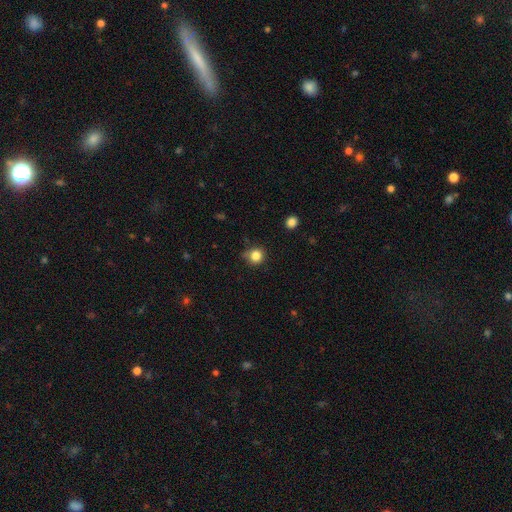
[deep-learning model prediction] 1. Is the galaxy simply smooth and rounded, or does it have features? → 84% smooth, 11% star or artifact, 5% featured or disk.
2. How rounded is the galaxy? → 89% round, 11% in between, 1% cigar-shaped.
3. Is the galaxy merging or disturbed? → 74% none, 20% minor disturbance, 4% major disturbance, 2% merger.